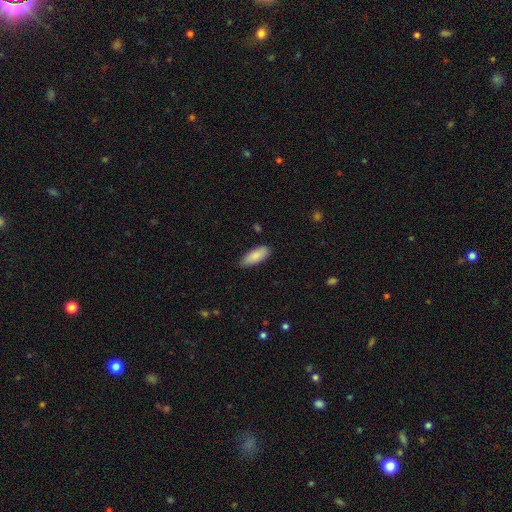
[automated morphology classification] Smooth or featured: smooth — 88% (featured or disk — 7%)
How rounded: in between — 80% (cigar-shaped — 18%)
Merging: none — 85% (minor disturbance — 12%)